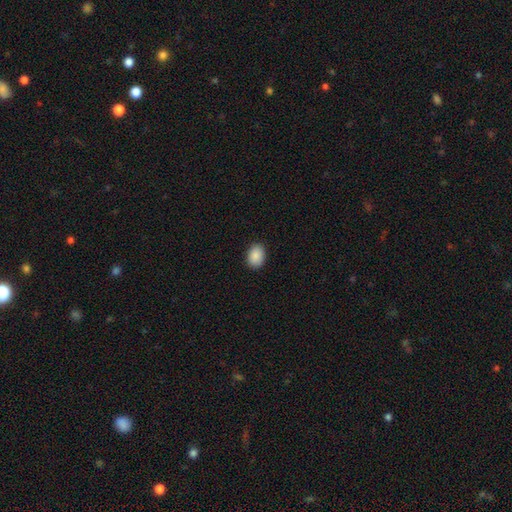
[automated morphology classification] Overall: smooth (90%). How rounded: in between (75%). Merging: none (89%).